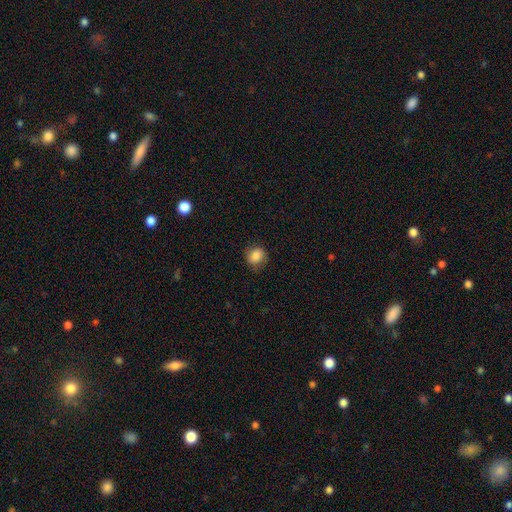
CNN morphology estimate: This is clearly a smooth galaxy (84%). How rounded: likely round (64%). Merging: likely none (77%).